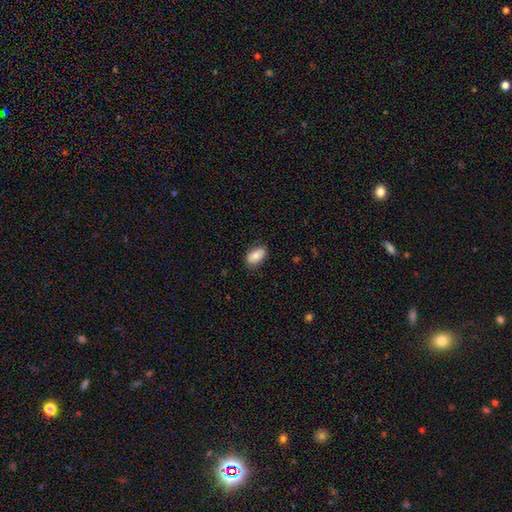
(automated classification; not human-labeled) Q: Smooth or featured?
A: smooth (83%); runner-up: featured or disk (11%)
Q: How rounded?
A: in between (93%); runner-up: round (5%)
Q: Merging?
A: none (84%); runner-up: minor disturbance (13%)